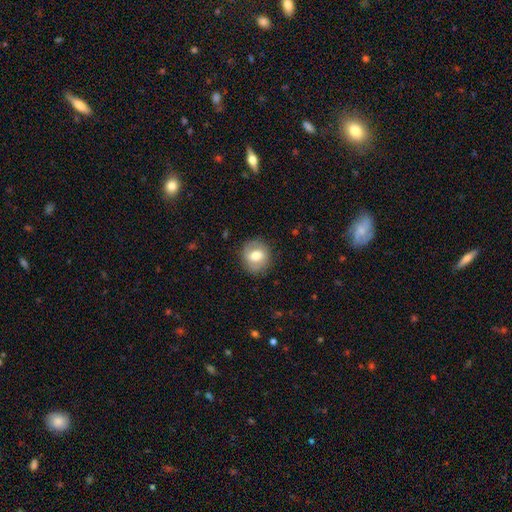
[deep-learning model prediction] This appears to be a smooth galaxy with no disk features (62%) that is round (80%). Merging: none (83%).